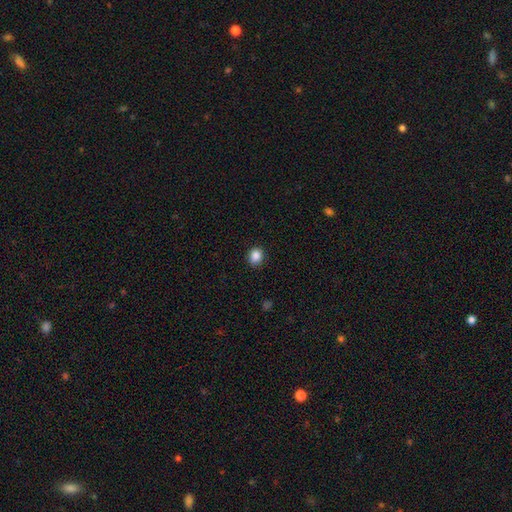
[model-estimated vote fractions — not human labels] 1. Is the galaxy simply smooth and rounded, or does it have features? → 87% smooth, 10% star or artifact, 3% featured or disk.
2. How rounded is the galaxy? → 71% round, 28% in between, 1% cigar-shaped.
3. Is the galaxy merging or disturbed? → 89% none, 8% minor disturbance, 2% major disturbance, 1% merger.